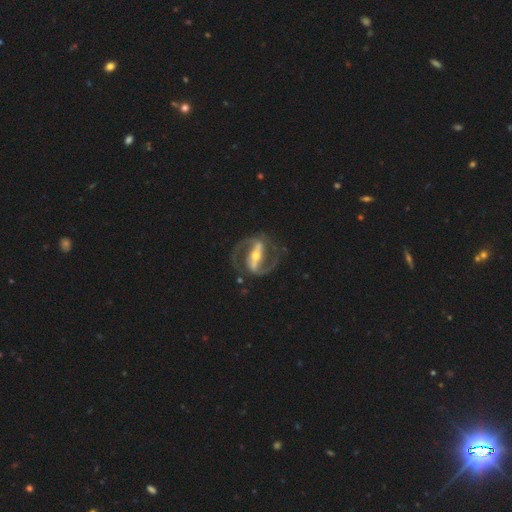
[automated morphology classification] The model was most divided on "bulge size": moderate: 50%, small: 43%, large: 4%, none: 2%, dominant: 1%. More confident: spiral arms — yes (96%); edge-on disk — no (96%); spiral arm count — 2 (94%); smooth or featured — featured or disk (92%); merging — none (80%); bar — strong (78%); spiral winding — medium (60%).